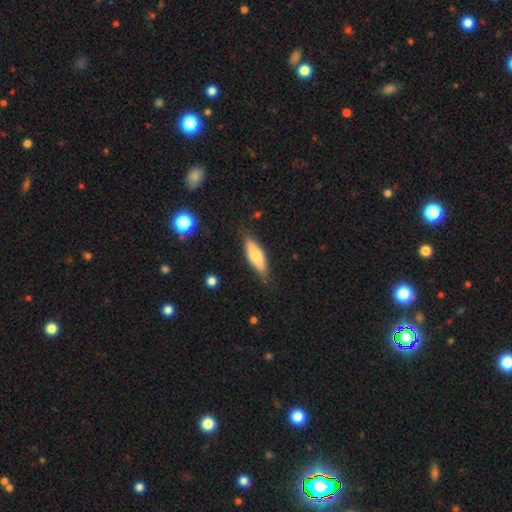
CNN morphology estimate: Q: Smooth or featured?
A: smooth (64%); runner-up: featured or disk (30%)
Q: How rounded?
A: in between (61%); runner-up: cigar-shaped (37%)
Q: Merging?
A: none (76%); runner-up: minor disturbance (19%)